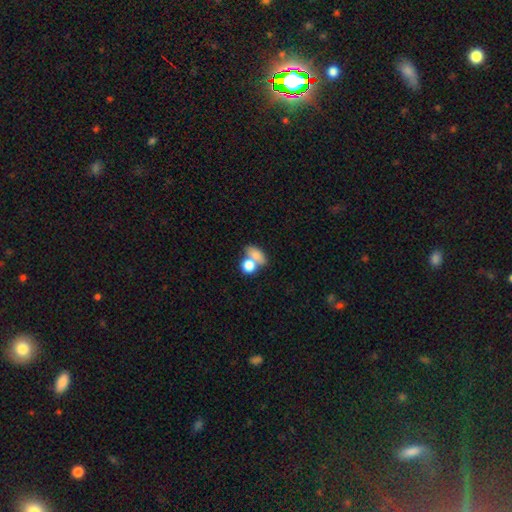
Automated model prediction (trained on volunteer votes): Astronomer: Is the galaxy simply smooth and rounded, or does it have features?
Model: smooth — 76%.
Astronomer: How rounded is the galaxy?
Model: in between — 63%.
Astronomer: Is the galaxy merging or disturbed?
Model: merger — 51% (runner-up: none, 32%).